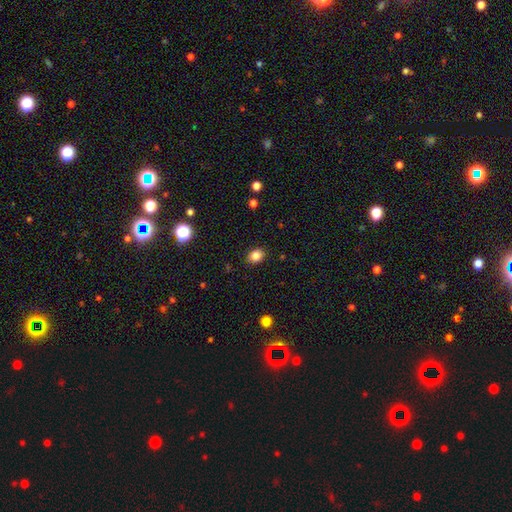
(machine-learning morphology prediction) type=smooth (84%); roundness=in between (56%); merging=none (88%).